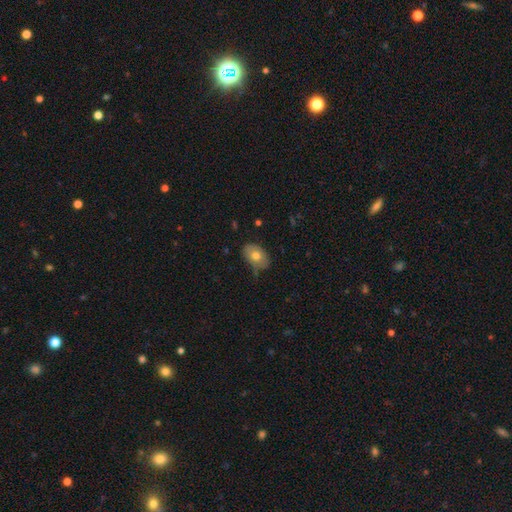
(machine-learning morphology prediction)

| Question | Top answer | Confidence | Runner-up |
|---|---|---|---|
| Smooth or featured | smooth | 72% | featured or disk (20%) |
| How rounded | in between | 85% | round (13%) |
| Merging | none | 70% | minor disturbance (24%) |